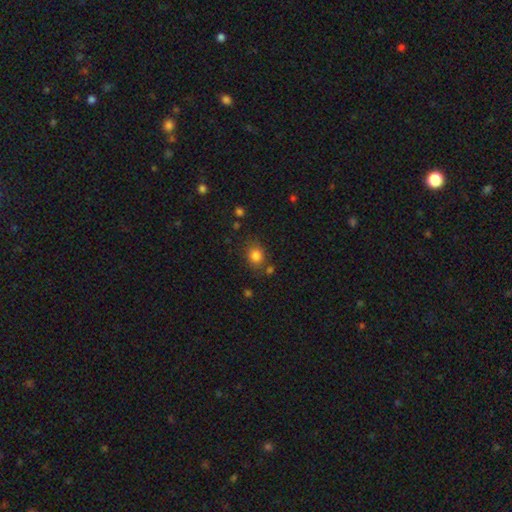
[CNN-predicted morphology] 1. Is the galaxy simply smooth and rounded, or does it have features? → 82% smooth, 12% star or artifact, 6% featured or disk.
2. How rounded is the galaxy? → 65% round, 34% in between, 1% cigar-shaped.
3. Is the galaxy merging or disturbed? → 75% none, 14% minor disturbance, 6% merger, 5% major disturbance.